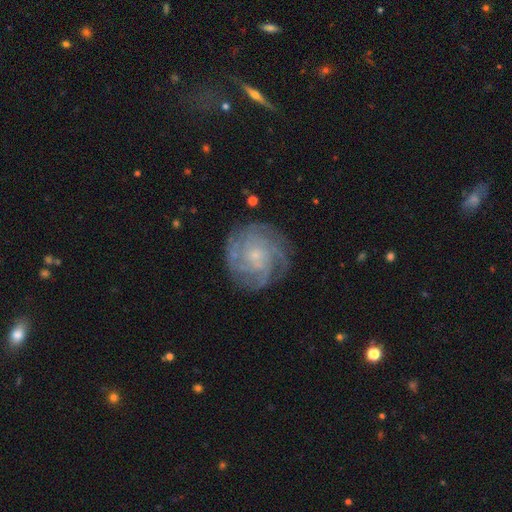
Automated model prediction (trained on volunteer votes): featured or disk 81%, smooth 11%, star or artifact 8%. Down the decision tree: edge-on disk — no (97%); bar — no (74%); spiral arms — yes (95%); spiral arm count — can't tell (29%); spiral winding — tight (68%); bulge size — small (75%); merging — none (79%).